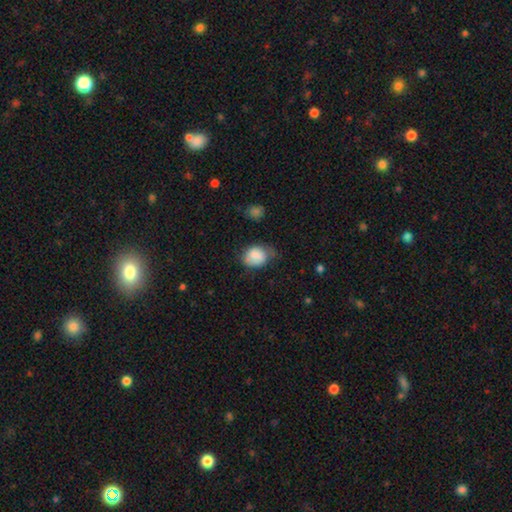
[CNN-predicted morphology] A smooth galaxy with no disk features (81%) that is in between round and cigar-shaped (54%).

Vote fractions:
- Smooth or featured? smooth: 81% / featured or disk: 11% / star or artifact: 8%
- How rounded? in between: 54% / round: 45% / cigar-shaped: 1%
- Merging? none: 49% / minor disturbance: 36% / major disturbance: 12% / merger: 3%